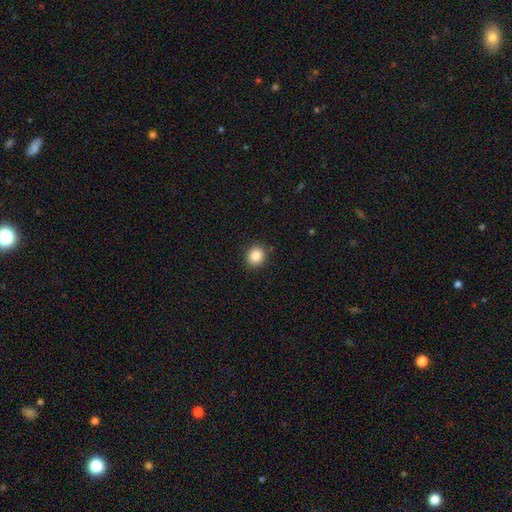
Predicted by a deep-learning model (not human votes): A smooth galaxy with no disk features (86%) that is round (80%). Merging: none (90%).